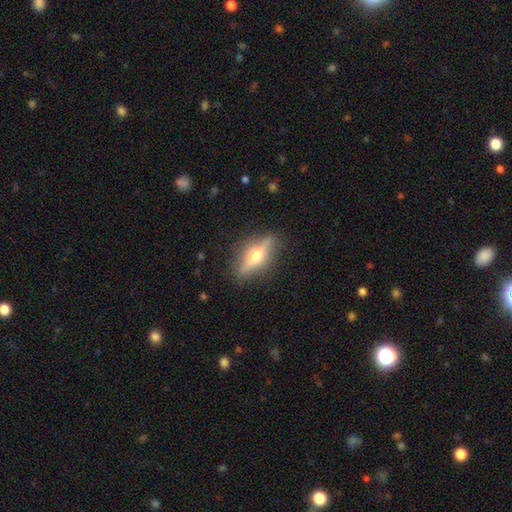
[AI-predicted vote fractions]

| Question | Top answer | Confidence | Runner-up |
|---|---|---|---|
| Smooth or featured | featured or disk | 70% | smooth (23%) |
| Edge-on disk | yes | 91% | no (9%) |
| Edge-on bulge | rounded | 96% | boxy (3%) |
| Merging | none | 86% | minor disturbance (10%) |